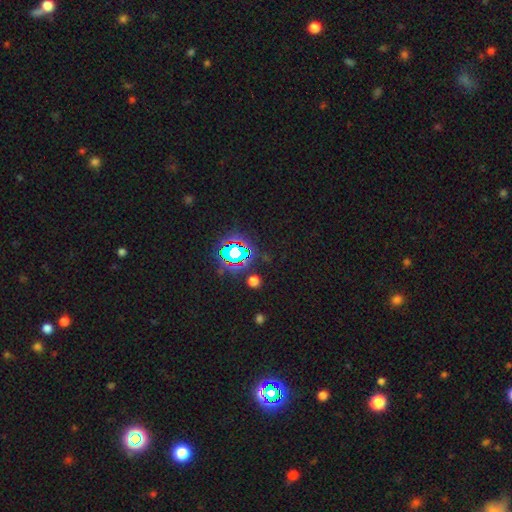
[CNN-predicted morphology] Smooth or featured: star or artifact — 80% (smooth — 13%)